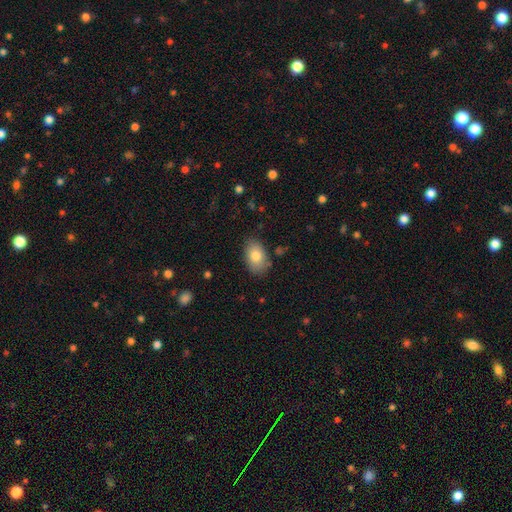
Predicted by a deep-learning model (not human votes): Q: Smooth or featured?
A: smooth (82%); runner-up: featured or disk (11%)
Q: How rounded?
A: in between (89%); runner-up: round (9%)
Q: Merging?
A: none (81%); runner-up: minor disturbance (15%)